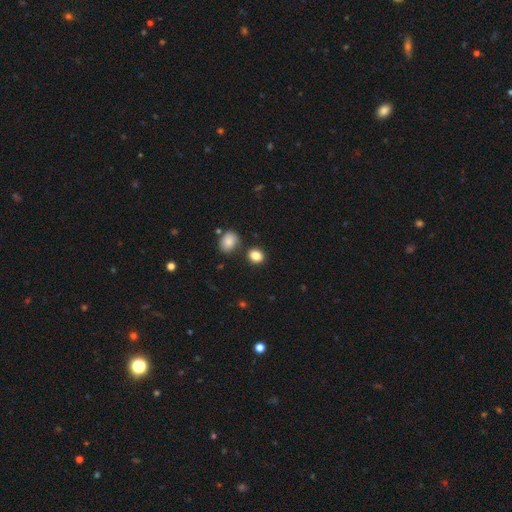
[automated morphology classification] type=smooth (85%); roundness=round (63%); merging=none (80%).